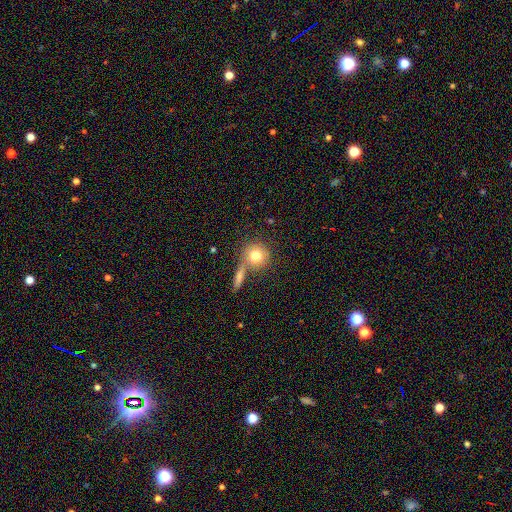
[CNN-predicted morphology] smooth 77%, featured or disk 14%, star or artifact 9%. Down the decision tree: how rounded — round (89%); merging — none (59%).